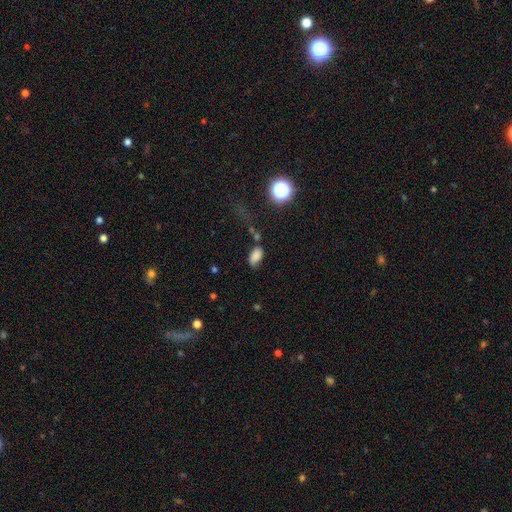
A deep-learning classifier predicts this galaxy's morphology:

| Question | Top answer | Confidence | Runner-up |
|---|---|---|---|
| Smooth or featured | smooth | 79% | star or artifact (13%) |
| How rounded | in between | 91% | round (7%) |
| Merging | none | 57% | minor disturbance (26%) |